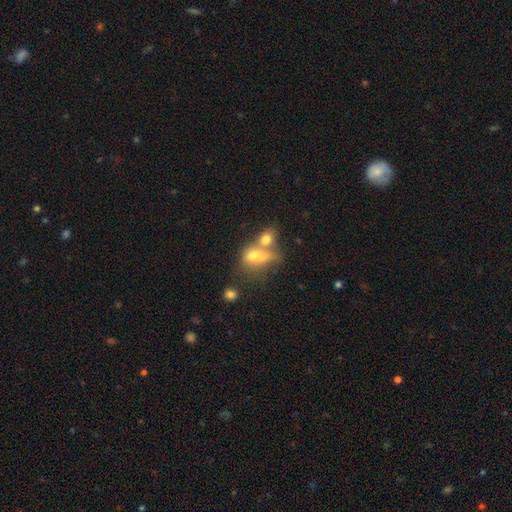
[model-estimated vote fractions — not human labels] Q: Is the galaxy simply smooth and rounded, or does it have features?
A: smooth — 64%.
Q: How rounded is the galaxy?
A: in between — 65%.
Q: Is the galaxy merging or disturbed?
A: merger — 59%.